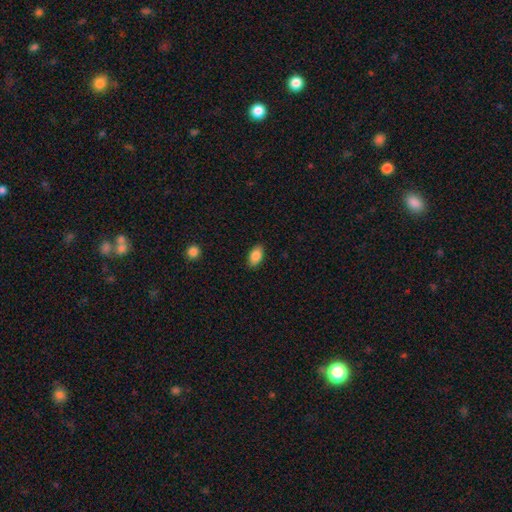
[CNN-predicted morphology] Q: Smooth or featured?
A: smooth (86%); runner-up: star or artifact (7%)
Q: How rounded?
A: in between (92%); runner-up: round (5%)
Q: Merging?
A: none (87%); runner-up: minor disturbance (9%)